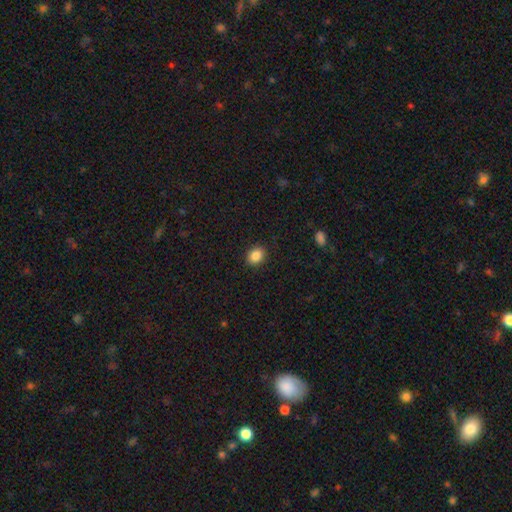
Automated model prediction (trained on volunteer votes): Morphology: type=smooth (87%); roundness=in between (51%); merging=none (90%).